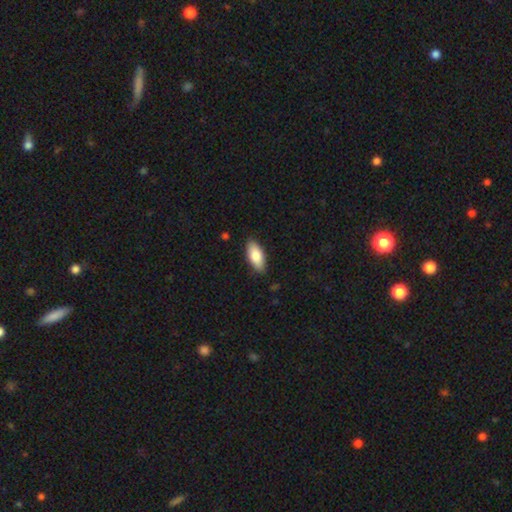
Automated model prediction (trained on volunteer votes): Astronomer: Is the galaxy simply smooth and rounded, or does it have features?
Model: smooth — 81%.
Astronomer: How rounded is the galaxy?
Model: in between — 86%.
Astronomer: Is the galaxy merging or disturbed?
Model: none — 86%.